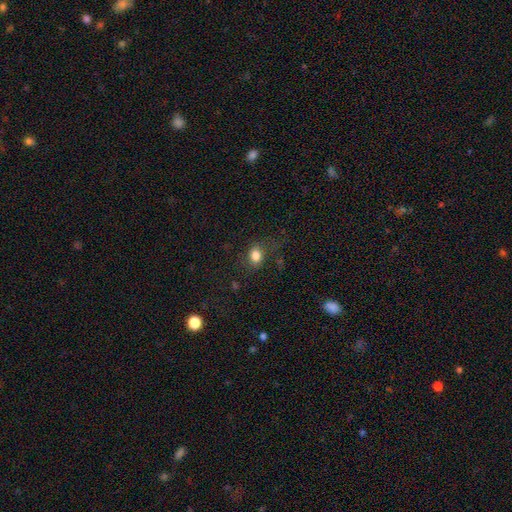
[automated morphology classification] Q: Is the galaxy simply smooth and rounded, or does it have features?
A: smooth — 81%.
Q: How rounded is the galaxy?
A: in between — 58%.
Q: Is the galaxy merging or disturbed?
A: none — 71%.